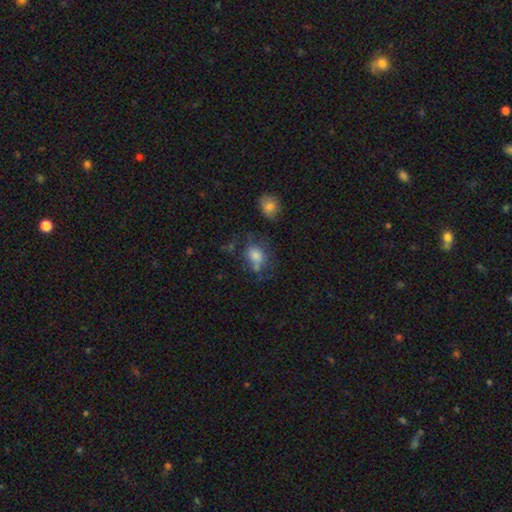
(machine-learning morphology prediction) This appears to be a smooth galaxy with no disk features (70%) that is in between round and cigar-shaped (54%). Merging: none (48%).